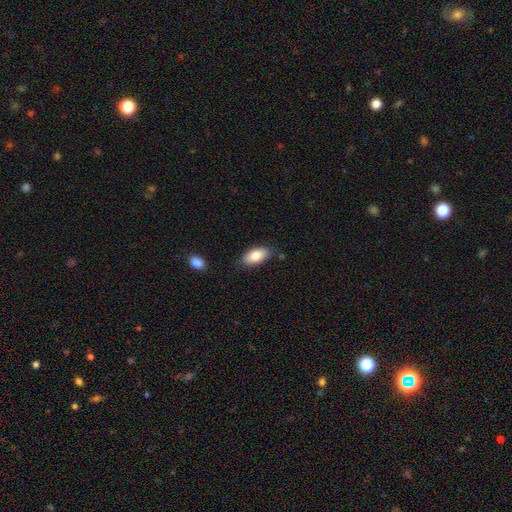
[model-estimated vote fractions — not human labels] Smooth or featured: smooth — 84% (featured or disk — 10%)
How rounded: in between — 91% (cigar-shaped — 7%)
Merging: none — 81% (minor disturbance — 14%)